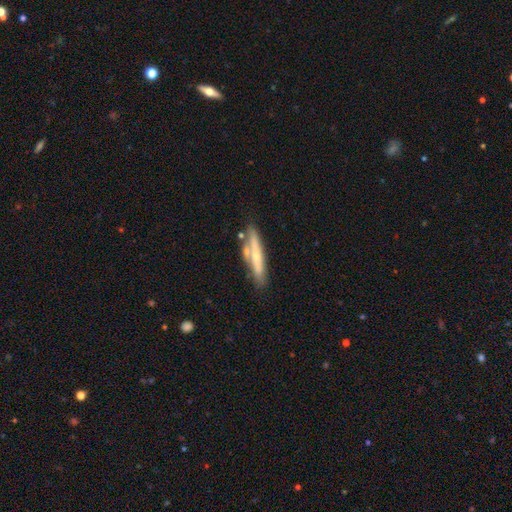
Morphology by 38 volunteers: A smooth galaxy with no disk features (55%) that is cigar-shaped (76%).

Vote fractions:
- Smooth or featured? smooth: 55% / featured or disk: 42% / star or artifact: 3%
- How rounded? cigar-shaped: 76% / in between: 19% / round: 5%
- Merging? none: 49% / minor disturbance: 32% / merger: 16% / major disturbance: 3%